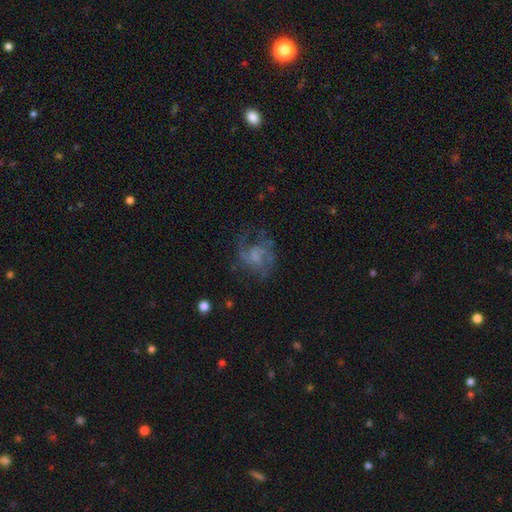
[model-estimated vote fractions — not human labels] Morphology: type=featured or disk (61%); edge-on=no (98%); bar=no (72%); spiral arms=yes (69%); bulge=none (49%); merging=none (47%).